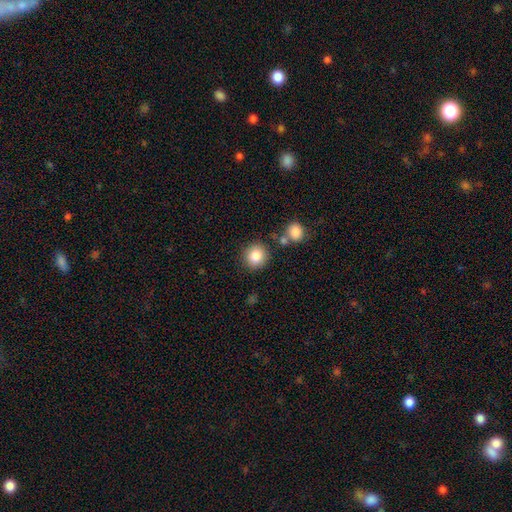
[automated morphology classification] Q: Smooth or featured?
A: smooth (85%); runner-up: star or artifact (9%)
Q: How rounded?
A: round (89%); runner-up: in between (10%)
Q: Merging?
A: none (82%); runner-up: minor disturbance (8%)